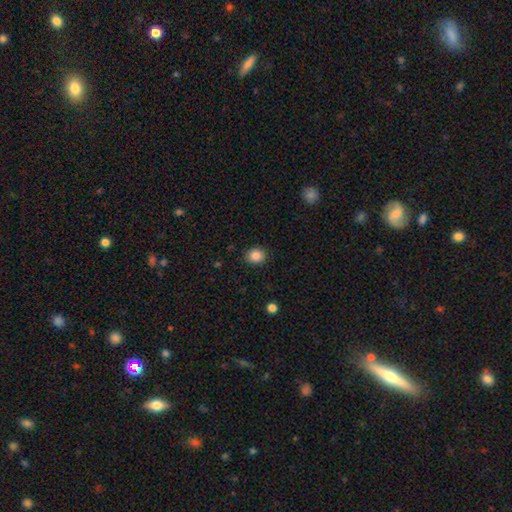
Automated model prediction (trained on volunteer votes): This appears to be a smooth galaxy with no disk features (85%) that is round (75%). Merging: none (90%).